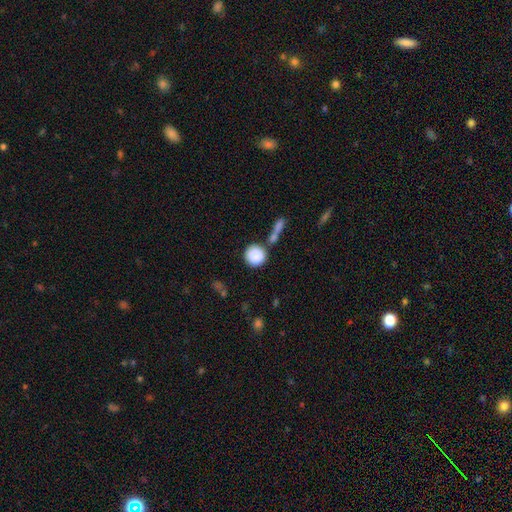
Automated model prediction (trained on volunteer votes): smooth_or_featured: smooth (p=0.86) [alt: star or artifact p=0.07]
how_rounded: round (p=0.93) [alt: in between p=0.06]
merging: none (p=0.71) [alt: merger p=0.13]